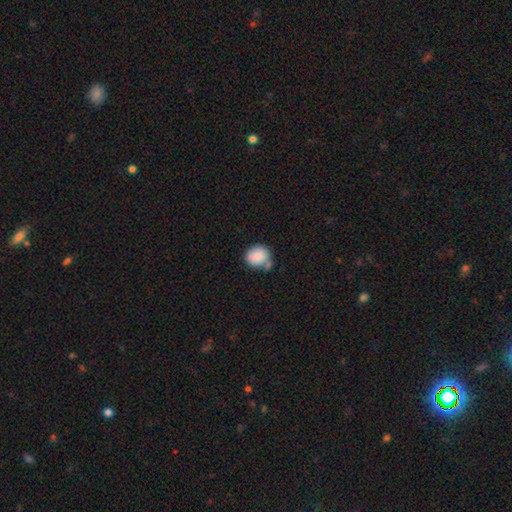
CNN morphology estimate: Smooth or featured? Predicted: smooth (p=0.83). How rounded? Predicted: round (p=0.73). Merging? Predicted: none (p=0.51).